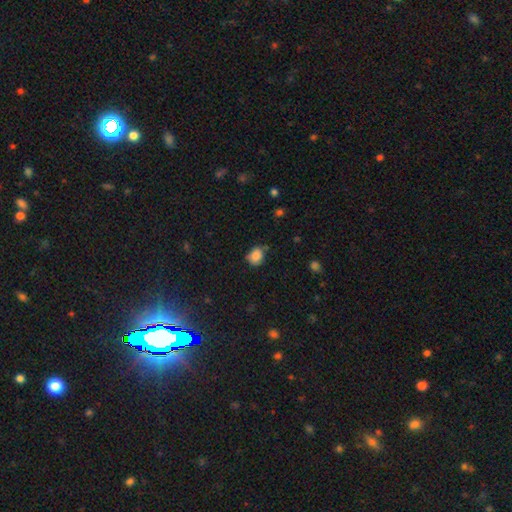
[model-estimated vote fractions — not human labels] Smooth or featured?
  - smooth: 85% *
  - star or artifact: 10%
  - featured or disk: 6%
How rounded?
  - round: 56% *
  - in between: 43%
  - cigar-shaped: 1%
Merging?
  - none: 62% *
  - minor disturbance: 28%
  - major disturbance: 6%
  - merger: 4%